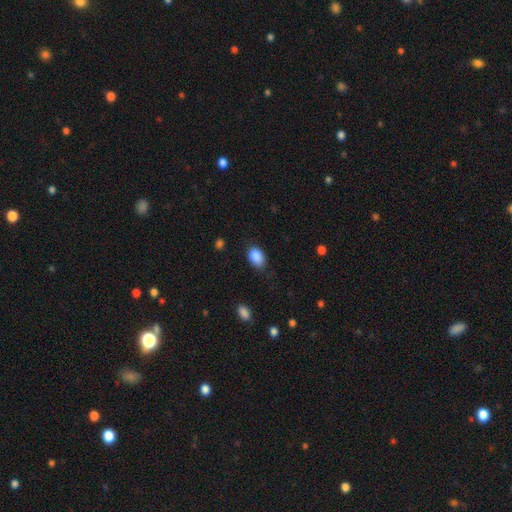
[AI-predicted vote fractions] The model was most divided on "merging": none: 74%, minor disturbance: 21%, major disturbance: 5%, merger: 1%. More confident: smooth or featured — smooth (88%); how rounded — in between (88%).